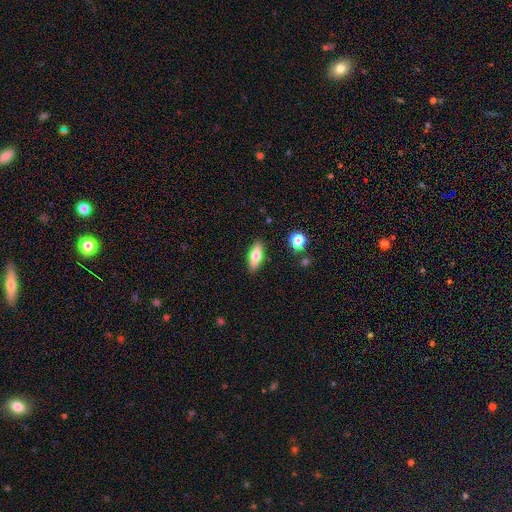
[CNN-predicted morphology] Smooth or featured? Predicted: smooth (p=0.65). How rounded? Predicted: in between (p=0.64). Merging? Predicted: none (p=0.88).